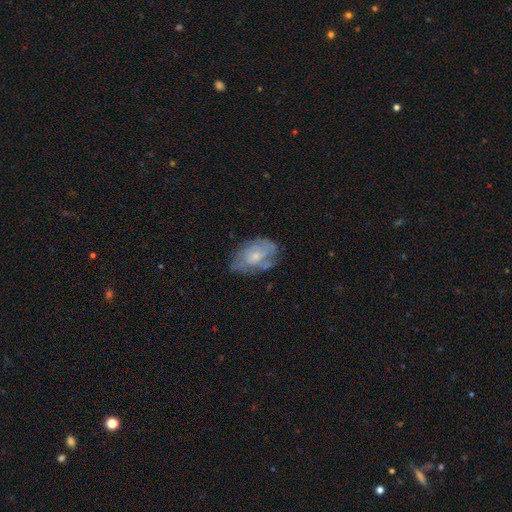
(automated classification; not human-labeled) This appears to be a featured or disk galaxy (57%) with no bar (75%), spiral arms (60%) and a small central bulge (53%). Merging: none (57%).